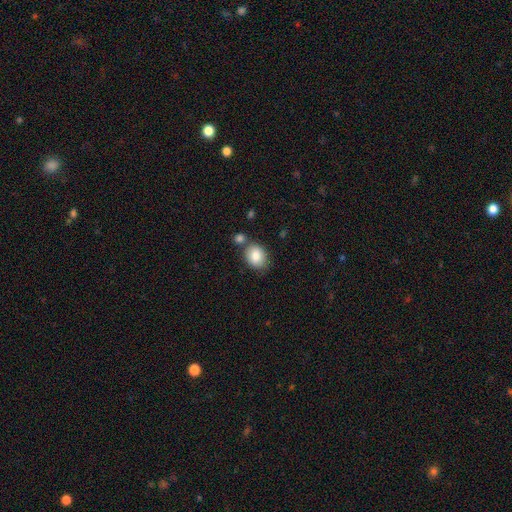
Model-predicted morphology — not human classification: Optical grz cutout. It shows a smooth galaxy with no disk features (83%) that is in between round and cigar-shaped (53%). Merging: none (64%).